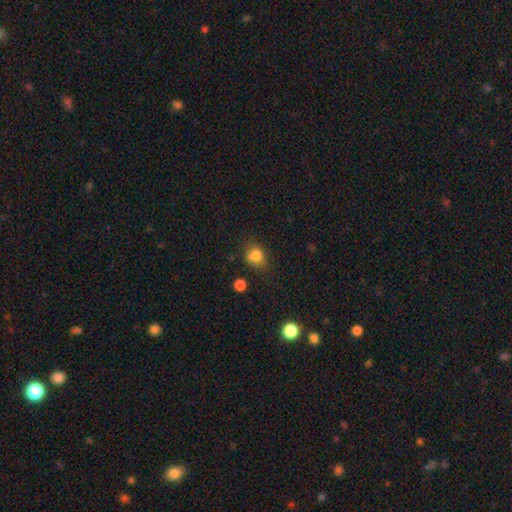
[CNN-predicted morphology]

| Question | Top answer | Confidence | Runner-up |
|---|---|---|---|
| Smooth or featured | smooth | 80% | star or artifact (12%) |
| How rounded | round | 63% | in between (36%) |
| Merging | none | 63% | minor disturbance (23%) |